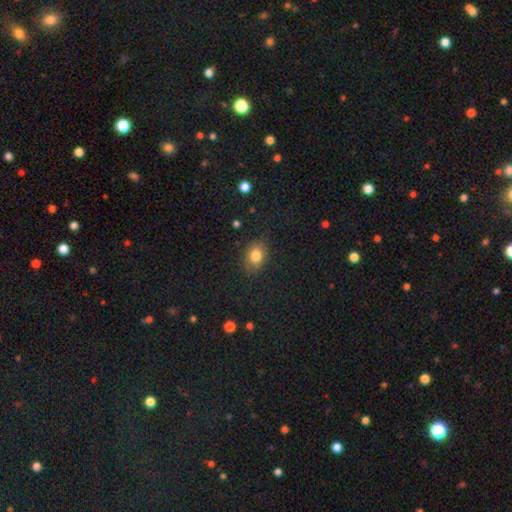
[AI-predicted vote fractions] Smooth or featured? smooth (81%)
How rounded? in between (67%)
Merging? none (80%)